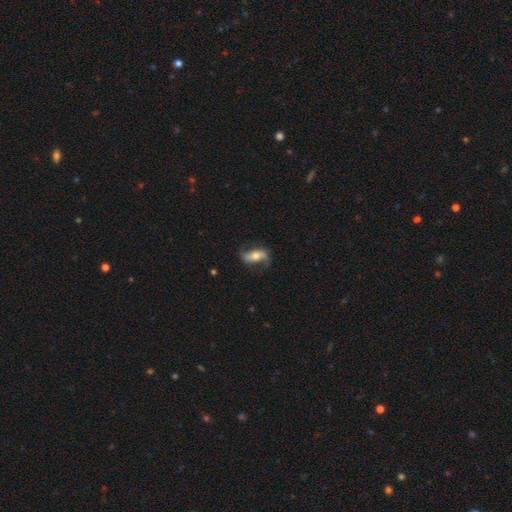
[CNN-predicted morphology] This appears to be a featured or disk galaxy (63%) with no bar (45%), spiral arms (86%) and a moderate central bulge (61%). Merging: none (69%).